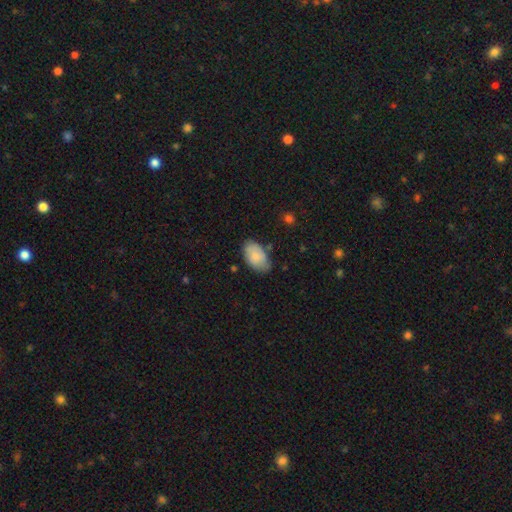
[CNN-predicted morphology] This appears to be a smooth galaxy with no disk features (80%) that is in between round and cigar-shaped (94%). Merging: none (69%).